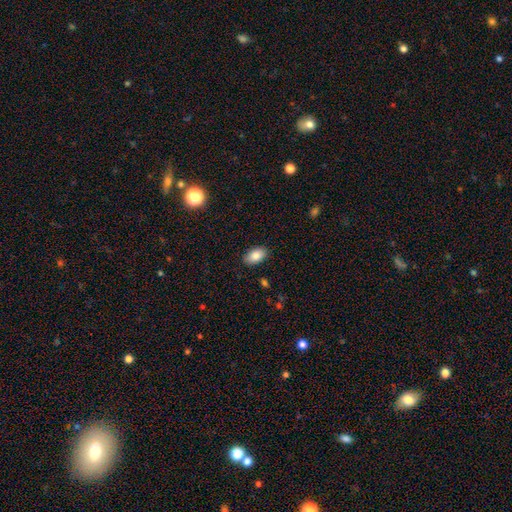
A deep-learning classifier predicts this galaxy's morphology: smooth 85%, star or artifact 7%, featured or disk 7%. Down the decision tree: how rounded — in between (93%); merging — none (88%).